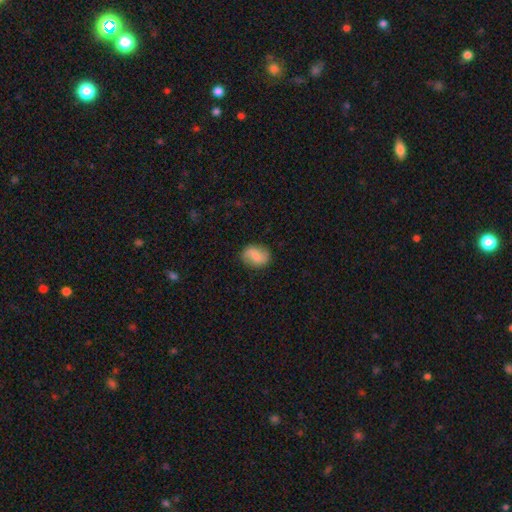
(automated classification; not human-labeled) smooth_or_featured: featured or disk (p=0.48) [alt: smooth p=0.44]
merging: none (p=0.83) [alt: minor disturbance p=0.12]